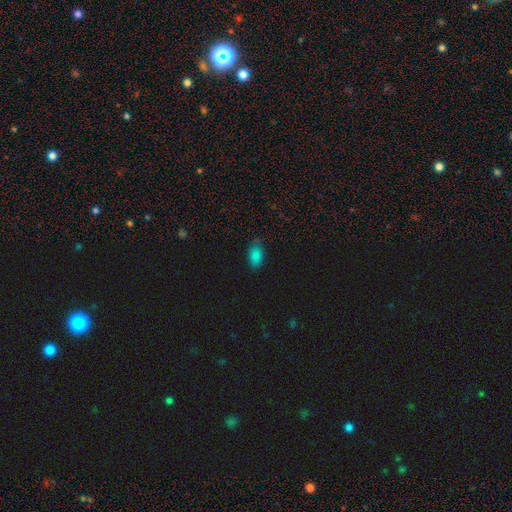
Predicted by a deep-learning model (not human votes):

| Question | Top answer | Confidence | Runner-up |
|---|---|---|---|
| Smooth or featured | smooth | 81% | star or artifact (14%) |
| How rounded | in between | 91% | round (7%) |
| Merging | none | 74% | minor disturbance (21%) |